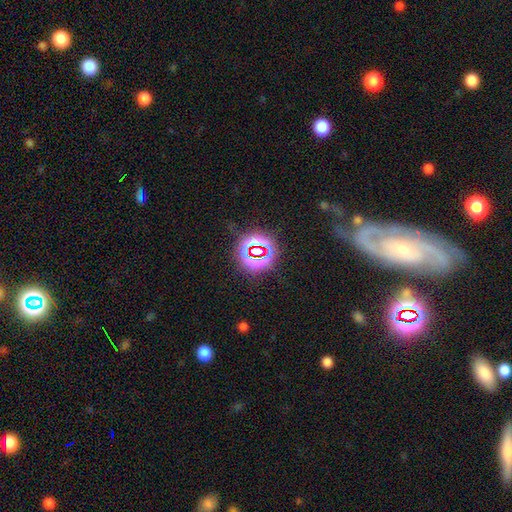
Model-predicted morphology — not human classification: Q: Smooth or featured?
A: star or artifact (75%); runner-up: smooth (17%)